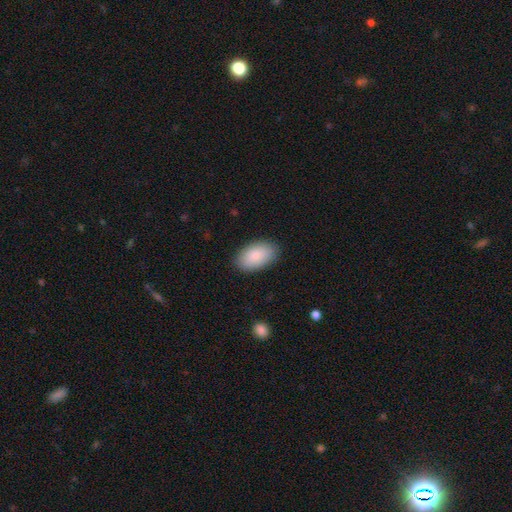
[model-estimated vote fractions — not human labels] This is clearly a smooth galaxy (88%). How rounded: clearly in between (95%). Merging: clearly none (87%).